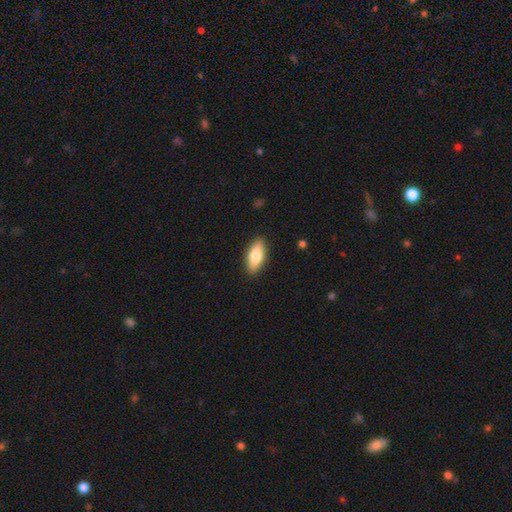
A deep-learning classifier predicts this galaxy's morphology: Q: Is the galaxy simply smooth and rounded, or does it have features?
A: smooth — 76%.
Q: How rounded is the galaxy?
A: in between — 81%.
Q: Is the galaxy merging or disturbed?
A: none — 88%.